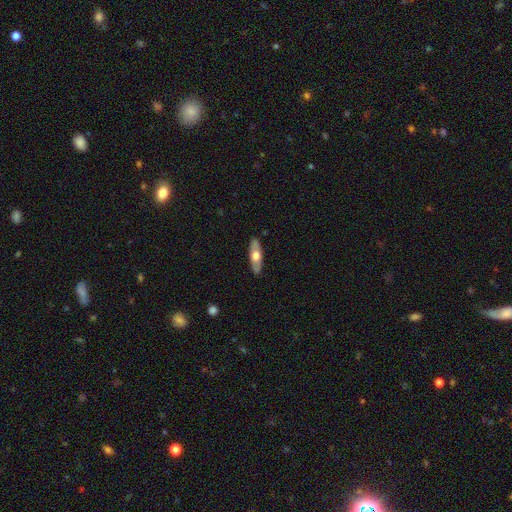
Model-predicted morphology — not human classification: Smooth or featured? Predicted: smooth (p=0.51). How rounded? Predicted: in between (p=0.51). Merging? Predicted: none (p=0.88).